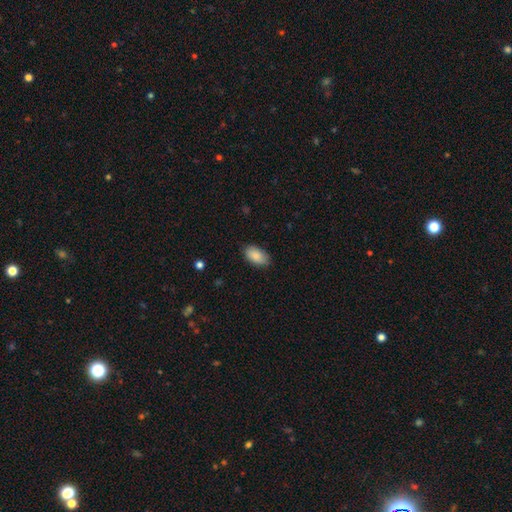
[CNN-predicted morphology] Smooth or featured? Predicted: smooth (p=0.88). How rounded? Predicted: in between (p=0.94). Merging? Predicted: none (p=0.84).